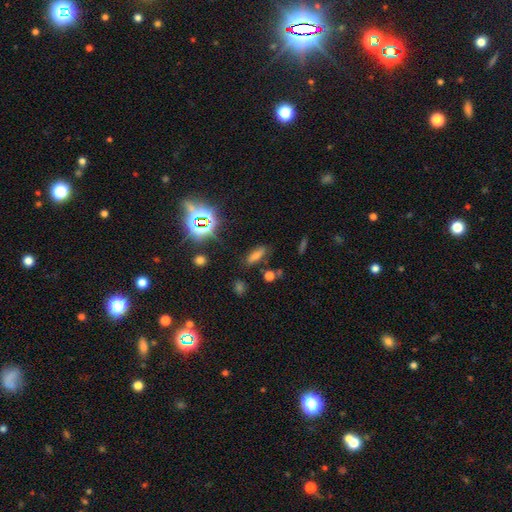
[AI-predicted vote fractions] This is possibly a smooth galaxy (57%). How rounded: possibly in between (58%). Merging: clearly none (80%).